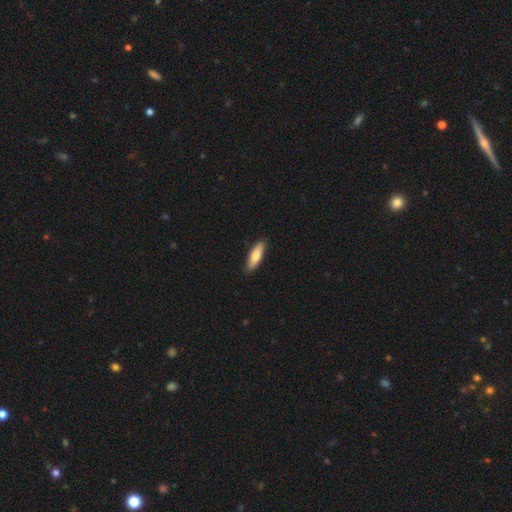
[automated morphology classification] Smooth or featured? Predicted: smooth (p=0.74). How rounded? Predicted: cigar-shaped (p=0.49, tied with in between). Merging? Predicted: none (p=0.88).